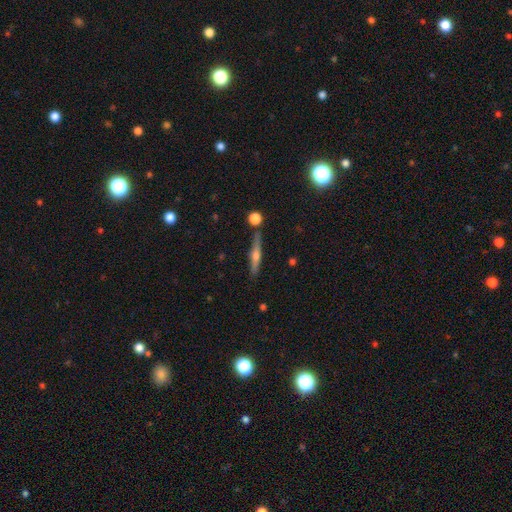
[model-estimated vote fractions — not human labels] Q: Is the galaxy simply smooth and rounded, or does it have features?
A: featured or disk — 66%.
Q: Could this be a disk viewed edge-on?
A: yes — 97%.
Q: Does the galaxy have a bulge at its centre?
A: rounded — 88%.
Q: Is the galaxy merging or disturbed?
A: none — 85%.